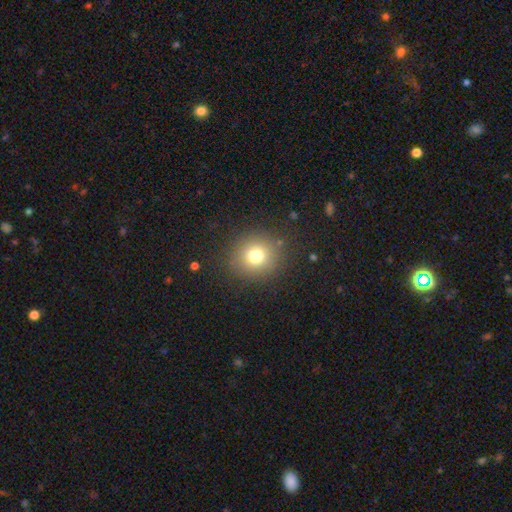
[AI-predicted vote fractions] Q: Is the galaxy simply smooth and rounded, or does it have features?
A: smooth — 75%.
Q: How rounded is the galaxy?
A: round — 89%.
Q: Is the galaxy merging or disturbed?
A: none — 87%.